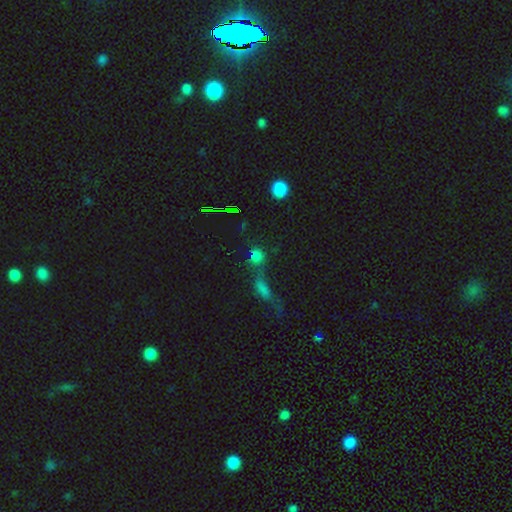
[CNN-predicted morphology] Smooth or featured?
  - smooth: 57% *
  - star or artifact: 31%
  - featured or disk: 12%
How rounded?
  - round: 66% *
  - in between: 25%
  - cigar-shaped: 9%
Merging?
  - none: 46% *
  - merger: 32%
  - minor disturbance: 11%
  - major disturbance: 11%